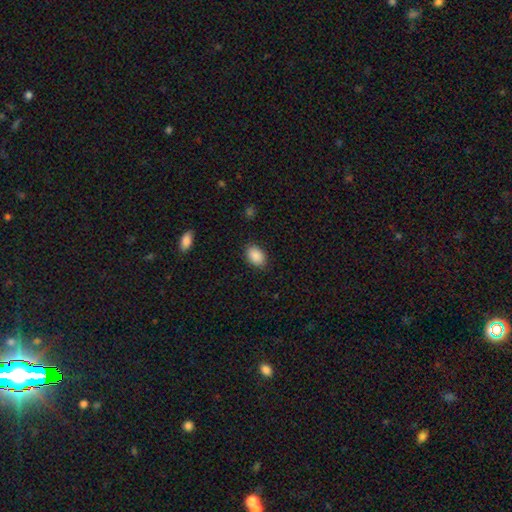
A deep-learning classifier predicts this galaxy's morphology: Q: Smooth or featured?
A: smooth (89%); runner-up: star or artifact (7%)
Q: How rounded?
A: in between (84%); runner-up: round (15%)
Q: Merging?
A: none (86%); runner-up: minor disturbance (10%)